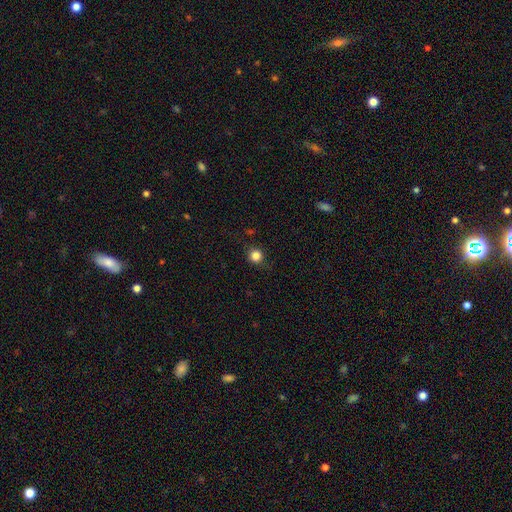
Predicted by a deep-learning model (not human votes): Smooth or featured?
  - smooth: 84% *
  - star or artifact: 12%
  - featured or disk: 5%
How rounded?
  - round: 92% *
  - in between: 7%
  - cigar-shaped: 1%
Merging?
  - none: 84% *
  - minor disturbance: 11%
  - major disturbance: 3%
  - merger: 1%